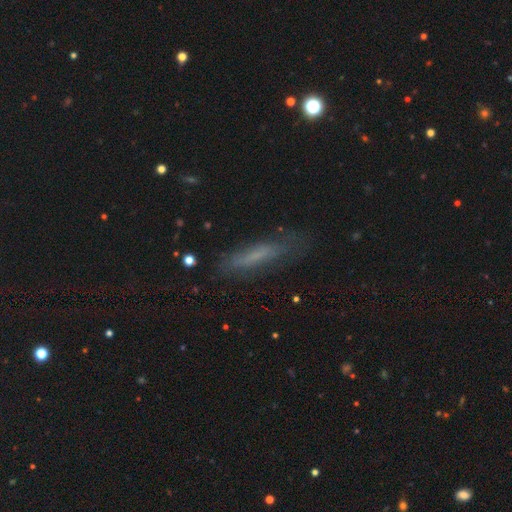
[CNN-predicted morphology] Q: Smooth or featured?
A: smooth (57%); runner-up: featured or disk (31%)
Q: How rounded?
A: cigar-shaped (81%); runner-up: in between (18%)
Q: Merging?
A: none (71%); runner-up: minor disturbance (19%)